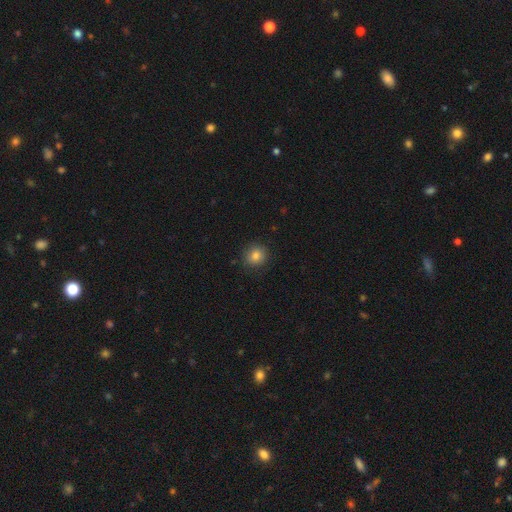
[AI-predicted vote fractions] Morphology: type=smooth (81%); roundness=round (91%); merging=none (87%).